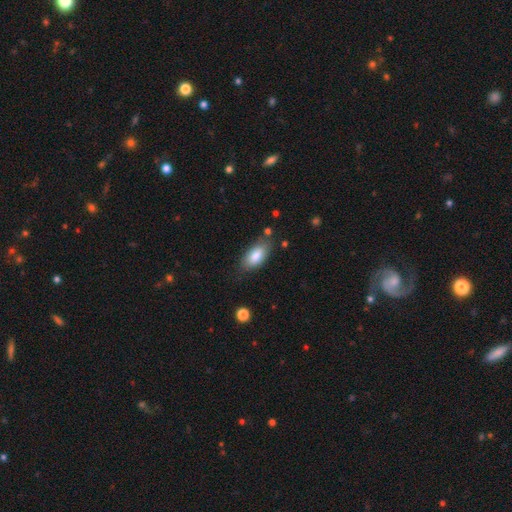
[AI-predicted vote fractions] This is clearly a smooth galaxy (83%). How rounded: clearly in between (90%). Merging: likely none (74%).